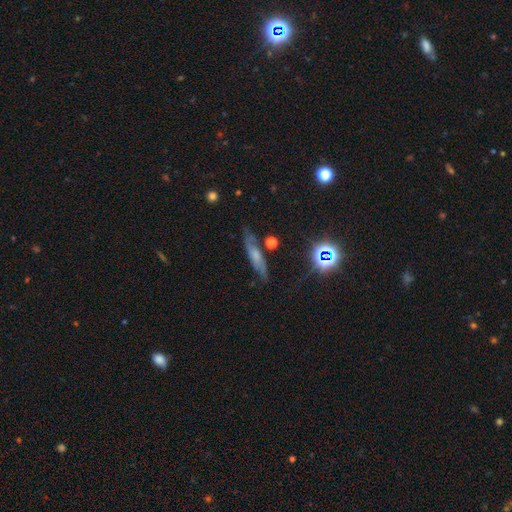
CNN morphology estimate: Smooth or featured?
  - featured or disk: 45% *
  - smooth: 39%
  - star or artifact: 16%
Merging?
  - none: 71% *
  - minor disturbance: 20%
  - major disturbance: 7%
  - merger: 3%